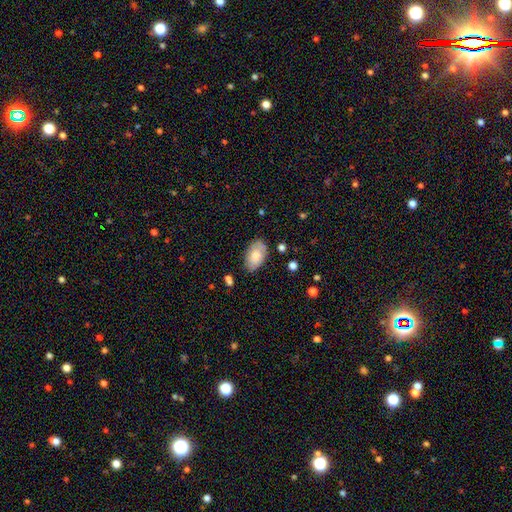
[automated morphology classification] Smooth or featured? smooth (76%)
How rounded? in between (93%)
Merging? none (77%)